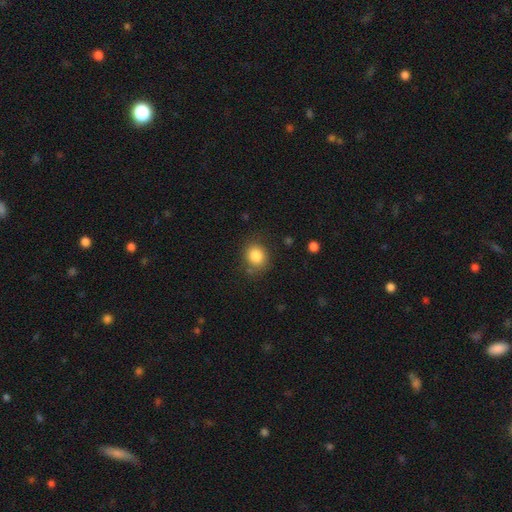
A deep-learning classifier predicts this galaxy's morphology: smooth_or_featured: smooth (p=0.84) [alt: star or artifact p=0.10]
how_rounded: round (p=0.74) [alt: in between p=0.25]
merging: none (p=0.78) [alt: minor disturbance p=0.14]